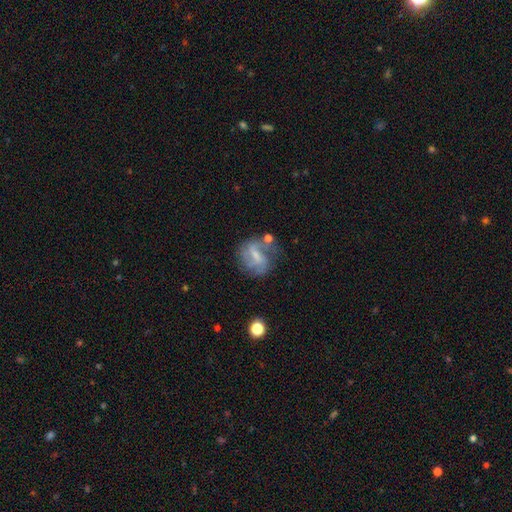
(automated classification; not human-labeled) Smooth or featured? Predicted: featured or disk (p=0.65). Edge-on disk? Predicted: no (p=0.97). Bar? Predicted: weak (p=0.51). Spiral arms? Predicted: yes (p=0.79). Spiral winding? Predicted: medium (p=0.42). Spiral arm count? Predicted: 2 (p=0.47). Bulge size? Predicted: small (p=0.47). Merging? Predicted: none (p=0.51).